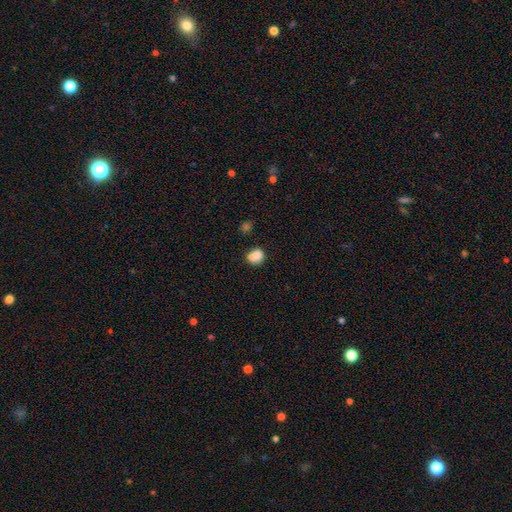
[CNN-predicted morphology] smooth_or_featured: smooth (p=0.81) [alt: star or artifact p=0.10]
how_rounded: round (p=0.68) [alt: in between p=0.31]
merging: none (p=0.48) [alt: merger p=0.29]